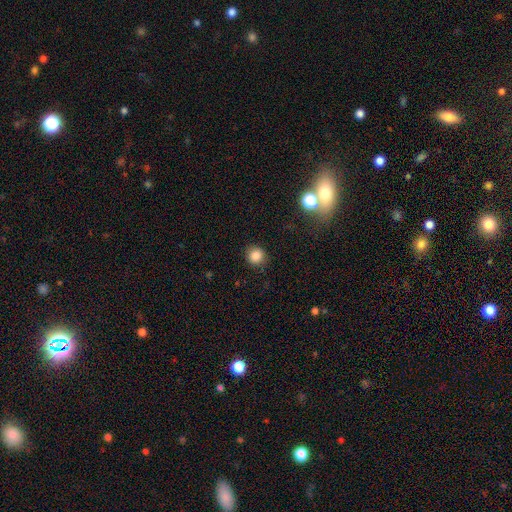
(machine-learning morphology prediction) This is clearly a smooth galaxy (84%). How rounded: clearly round (91%). Merging: clearly none (89%).